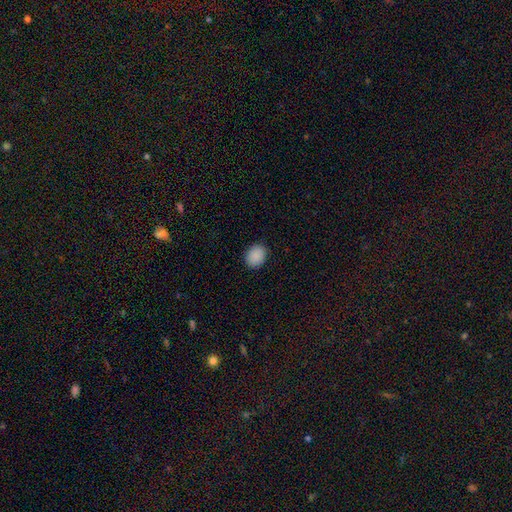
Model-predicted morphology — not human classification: smooth 90%, star or artifact 8%, featured or disk 3%. Down the decision tree: how rounded — in between (51%); merging — none (89%).